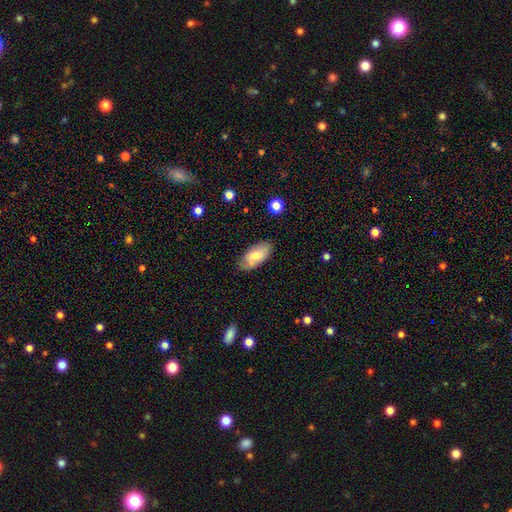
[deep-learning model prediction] Overall: smooth (71%). How rounded: in between (92%). Merging: none (78%).